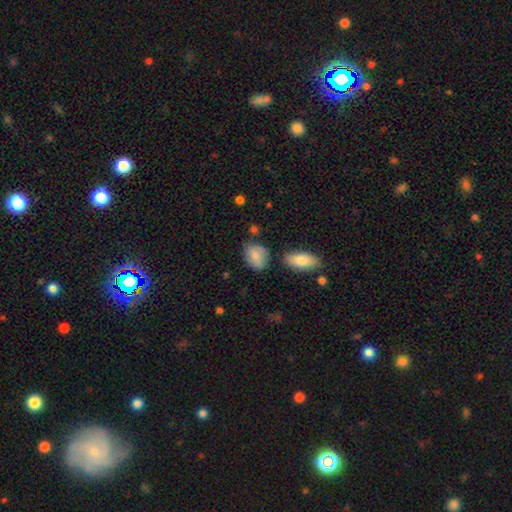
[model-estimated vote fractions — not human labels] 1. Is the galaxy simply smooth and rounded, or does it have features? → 78% smooth, 15% featured or disk, 7% star or artifact.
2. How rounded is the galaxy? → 65% in between, 33% round, 2% cigar-shaped.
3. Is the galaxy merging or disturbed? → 64% none, 23% minor disturbance, 7% merger, 6% major disturbance.